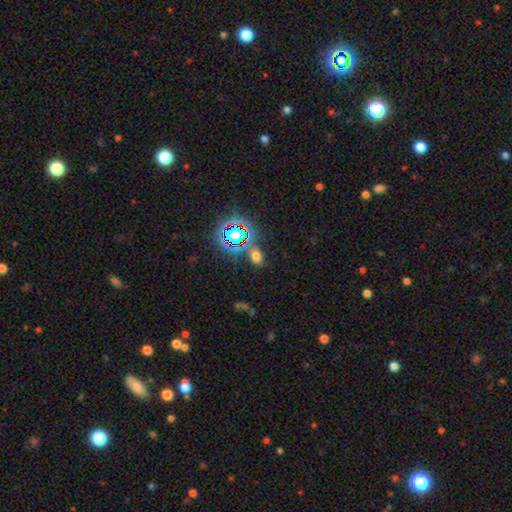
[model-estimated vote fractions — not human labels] Smooth or featured?
  - smooth: 59% *
  - star or artifact: 34%
  - featured or disk: 7%
How rounded?
  - in between: 80% *
  - round: 18%
  - cigar-shaped: 3%
Merging?
  - none: 73% *
  - minor disturbance: 12%
  - merger: 10%
  - major disturbance: 5%